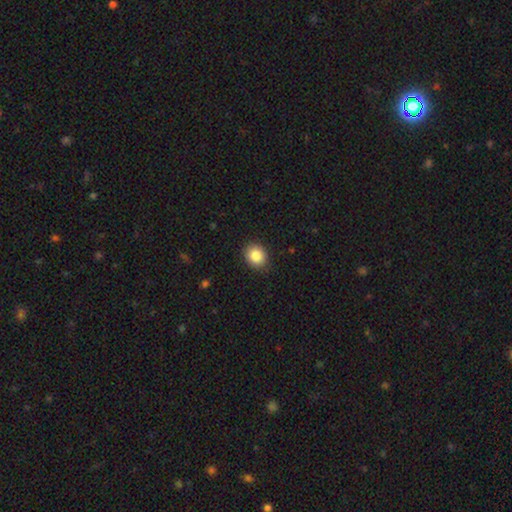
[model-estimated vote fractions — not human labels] Smooth or featured?
  - smooth: 85% *
  - star or artifact: 9%
  - featured or disk: 6%
How rounded?
  - round: 66% *
  - in between: 33%
  - cigar-shaped: 1%
Merging?
  - none: 88% *
  - minor disturbance: 9%
  - major disturbance: 2%
  - merger: 1%